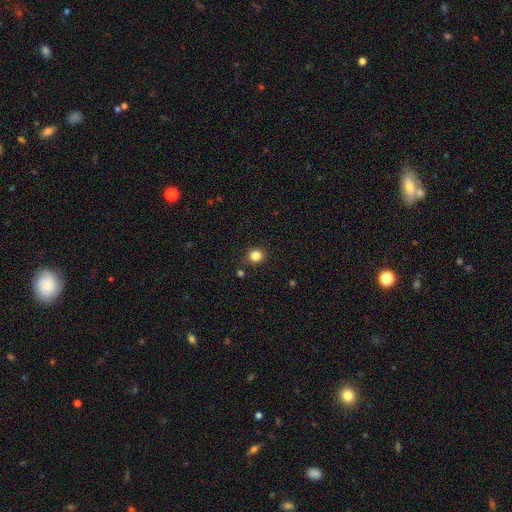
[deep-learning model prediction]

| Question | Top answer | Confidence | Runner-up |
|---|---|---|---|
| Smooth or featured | smooth | 83% | star or artifact (13%) |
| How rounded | round | 87% | in between (12%) |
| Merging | none | 88% | minor disturbance (8%) |